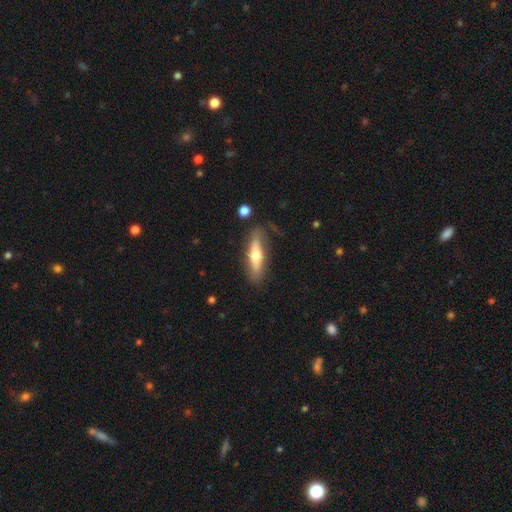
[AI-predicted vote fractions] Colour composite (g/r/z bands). It shows a smooth galaxy with no disk features (53%) that is cigar-shaped (58%). Merging: none (74%).